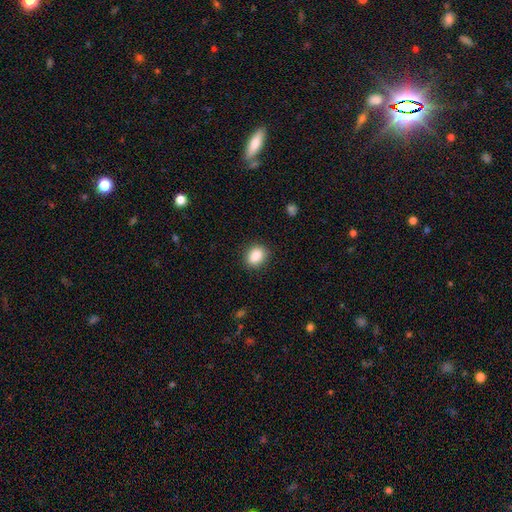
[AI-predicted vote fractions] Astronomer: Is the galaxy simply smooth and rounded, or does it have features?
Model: smooth — 88%.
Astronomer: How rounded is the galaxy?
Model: in between — 58% (runner-up: round, 41%).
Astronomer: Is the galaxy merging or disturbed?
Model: none — 87%.